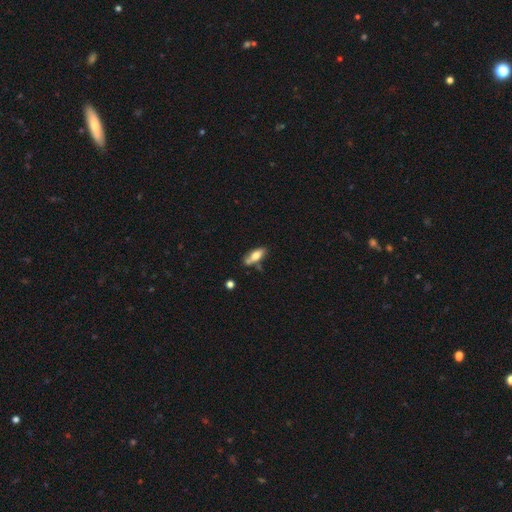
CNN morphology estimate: Smooth or featured: smooth — 69% (featured or disk — 25%)
How rounded: in between — 73% (cigar-shaped — 25%)
Merging: none — 62% (minor disturbance — 22%)